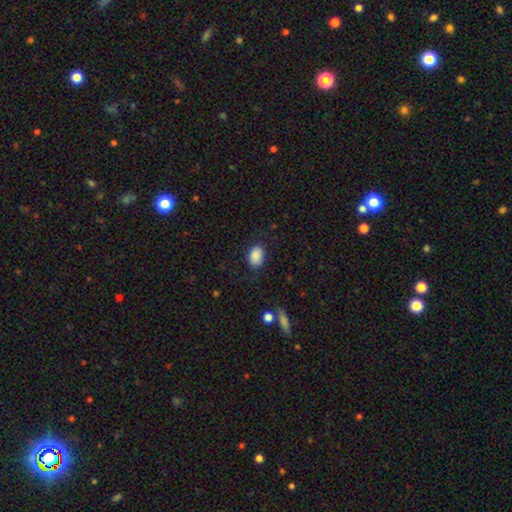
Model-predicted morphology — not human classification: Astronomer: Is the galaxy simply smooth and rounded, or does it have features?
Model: smooth — 88%.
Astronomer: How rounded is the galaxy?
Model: in between — 80%.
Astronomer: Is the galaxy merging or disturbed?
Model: none — 81%.